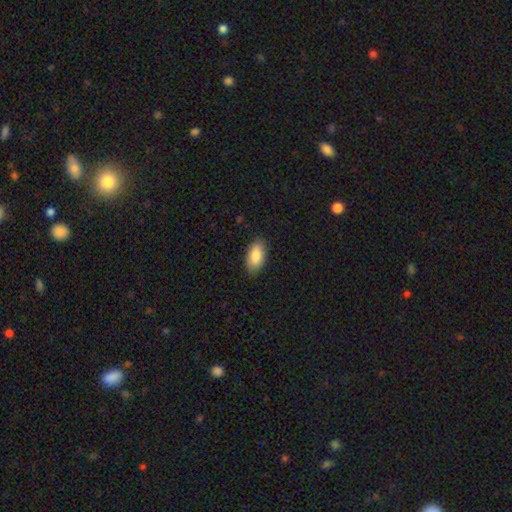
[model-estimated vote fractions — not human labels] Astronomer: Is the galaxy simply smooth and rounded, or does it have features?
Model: smooth — 86%.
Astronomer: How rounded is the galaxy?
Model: in between — 93%.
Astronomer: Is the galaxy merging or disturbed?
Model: none — 86%.